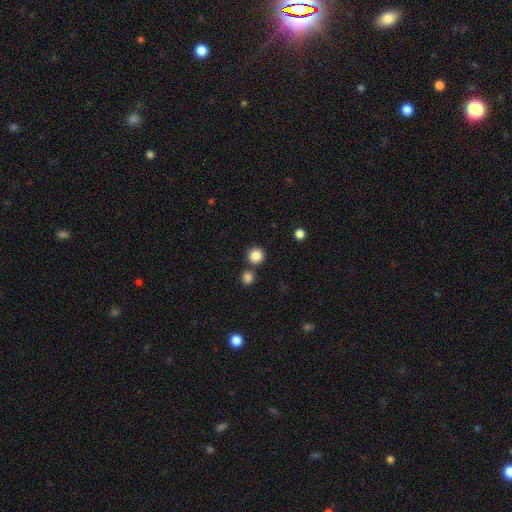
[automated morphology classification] Overall: smooth (86%). How rounded: round (94%). Merging: none (78%).